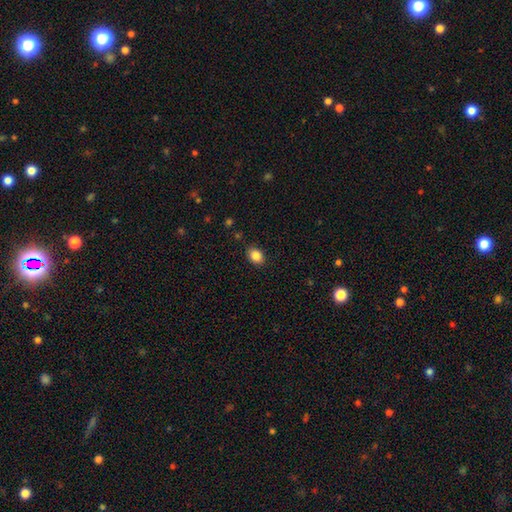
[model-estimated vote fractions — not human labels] A smooth galaxy with no disk features (87%) that is in between round and cigar-shaped (60%).

Vote fractions:
- Smooth or featured? smooth: 87% / star or artifact: 9% / featured or disk: 4%
- How rounded? in between: 60% / round: 39% / cigar-shaped: 1%
- Merging? none: 87% / minor disturbance: 9% / major disturbance: 2% / merger: 1%